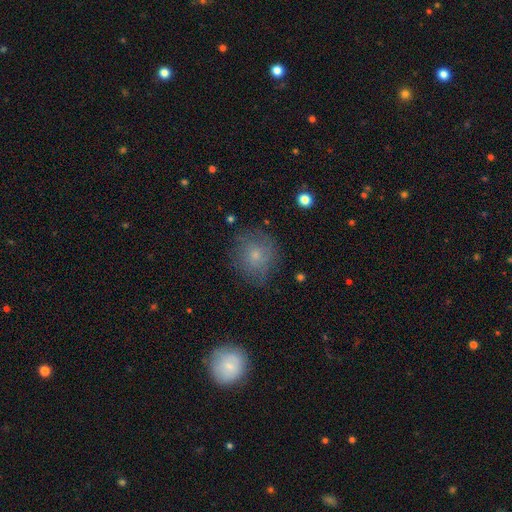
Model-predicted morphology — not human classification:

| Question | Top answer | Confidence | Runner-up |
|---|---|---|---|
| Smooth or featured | smooth | 63% | featured or disk (24%) |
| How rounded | round | 83% | in between (16%) |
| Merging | none | 72% | minor disturbance (19%) |